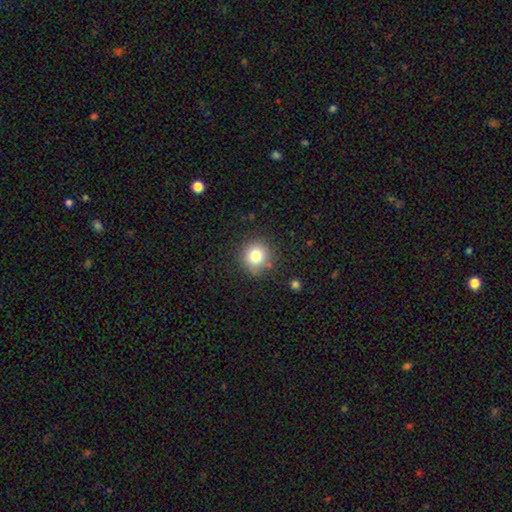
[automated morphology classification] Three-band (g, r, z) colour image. It shows a smooth galaxy with no disk features (78%) that is round (92%). Merging: none (85%).